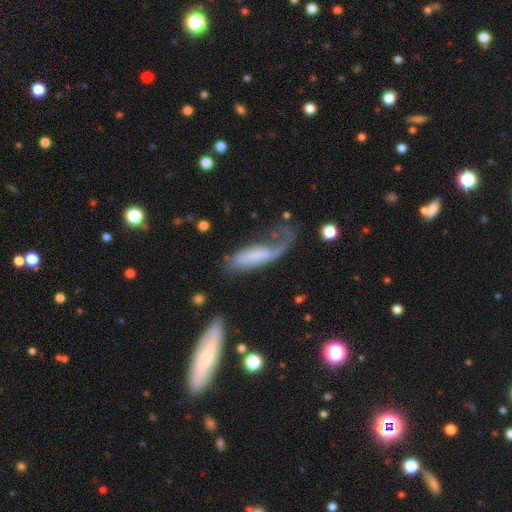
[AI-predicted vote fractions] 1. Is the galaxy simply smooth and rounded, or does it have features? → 48% featured or disk, 44% smooth, 8% star or artifact.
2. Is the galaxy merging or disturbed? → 49% major disturbance, 24% none, 20% minor disturbance, 7% merger.